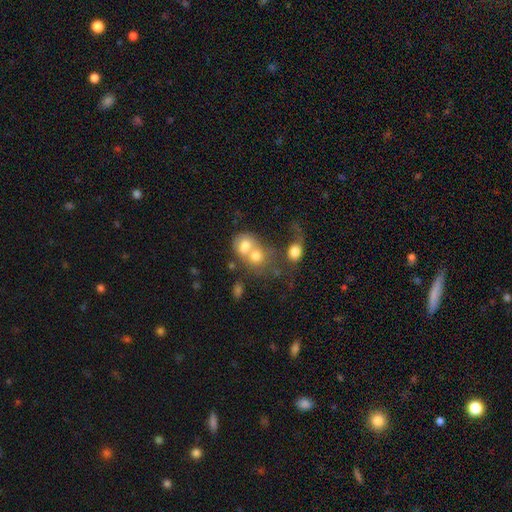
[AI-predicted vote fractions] Smooth or featured?
  - smooth: 69% *
  - featured or disk: 20%
  - star or artifact: 12%
How rounded?
  - round: 62% *
  - in between: 37%
  - cigar-shaped: 1%
Merging?
  - merger: 65% *
  - none: 21%
  - major disturbance: 7%
  - minor disturbance: 7%